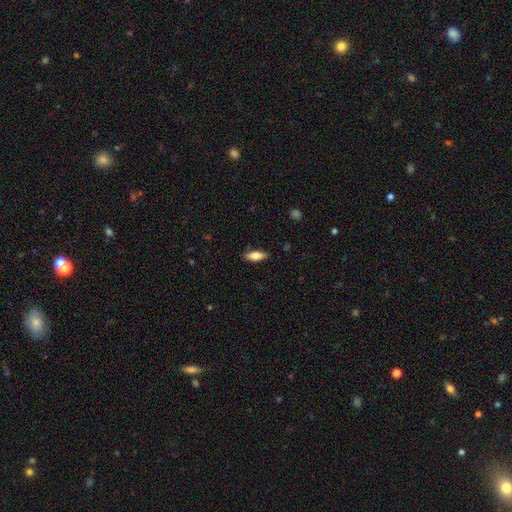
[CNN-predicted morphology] type=smooth (74%); roundness=in between (68%); merging=none (87%).